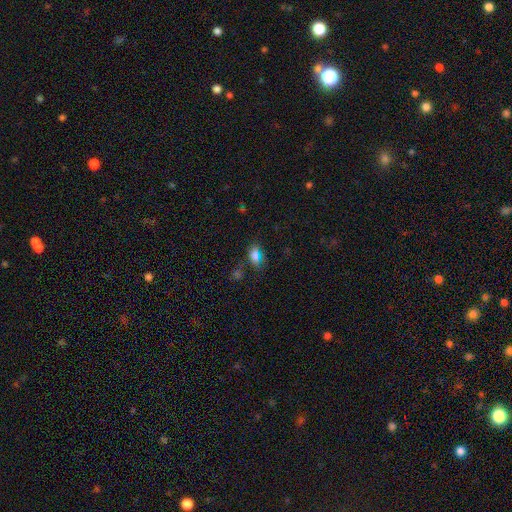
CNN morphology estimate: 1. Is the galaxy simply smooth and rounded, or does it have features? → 70% smooth, 19% star or artifact, 11% featured or disk.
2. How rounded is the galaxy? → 83% in between, 10% round, 7% cigar-shaped.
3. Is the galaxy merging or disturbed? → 69% none, 20% minor disturbance, 7% major disturbance, 4% merger.